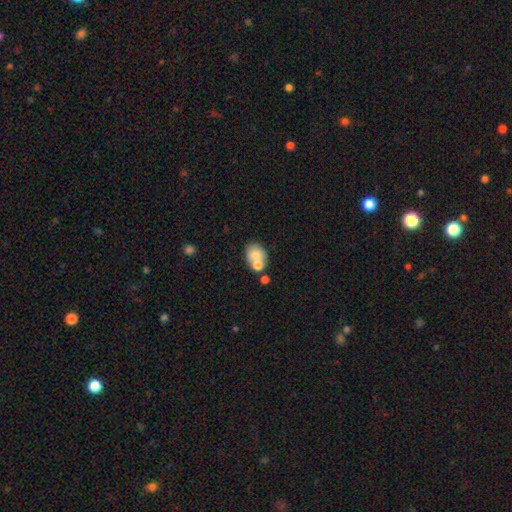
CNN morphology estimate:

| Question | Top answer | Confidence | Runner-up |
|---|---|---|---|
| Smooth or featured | smooth | 74% | featured or disk (17%) |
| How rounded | in between | 54% | round (45%) |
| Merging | none | 46% | merger (37%) |